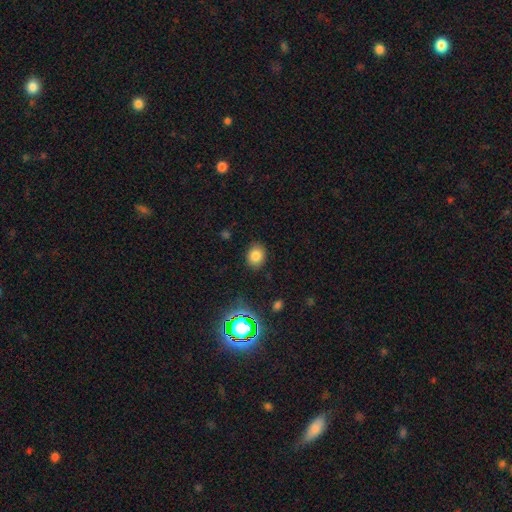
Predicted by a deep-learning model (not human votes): Morphology: type=smooth (79%); roundness=round (56%); merging=none (87%).